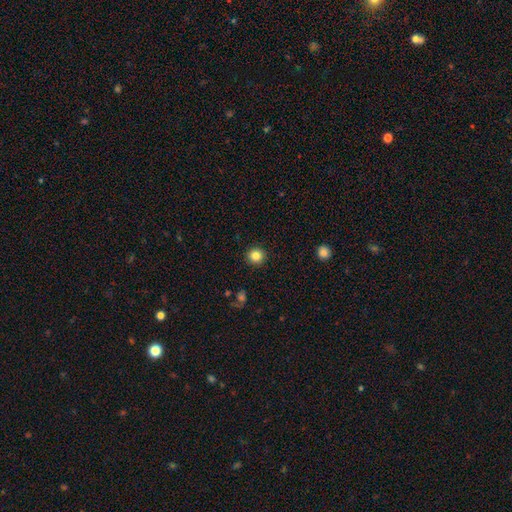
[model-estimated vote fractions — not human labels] Overall: smooth (84%). How rounded: round (94%). Merging: none (92%).